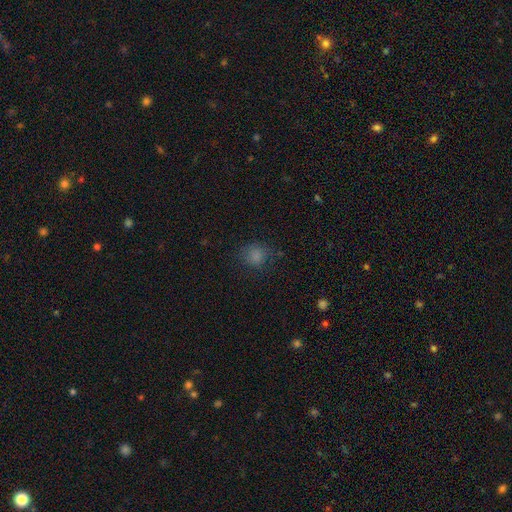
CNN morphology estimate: Smooth or featured: smooth — 80% (star or artifact — 15%)
How rounded: round — 84% (in between — 15%)
Merging: none — 77% (minor disturbance — 16%)